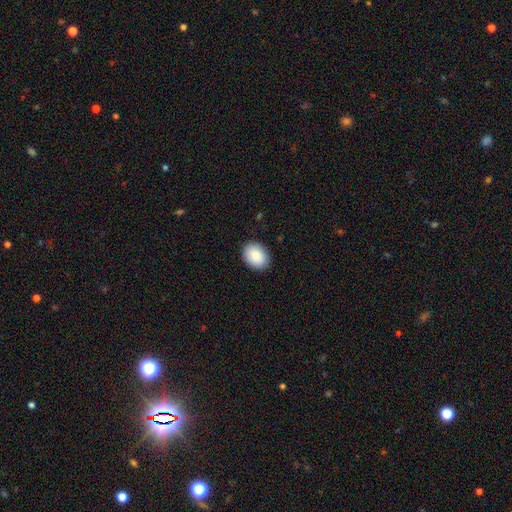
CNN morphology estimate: Smooth or featured? Predicted: smooth (p=0.87). How rounded? Predicted: in between (p=0.71). Merging? Predicted: none (p=0.89).